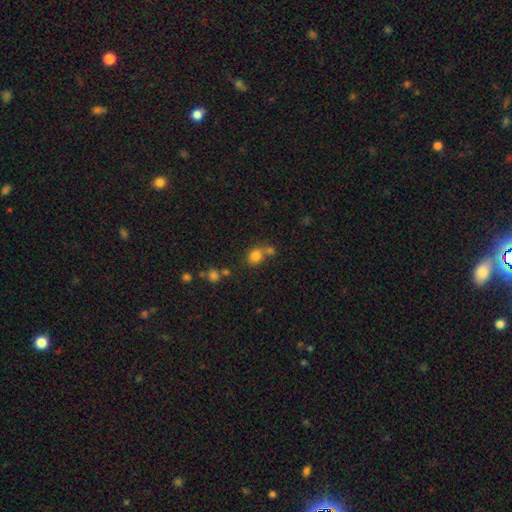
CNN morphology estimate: This is likely a smooth galaxy (80%). How rounded: likely round (74%). Merging: possibly none (54%).